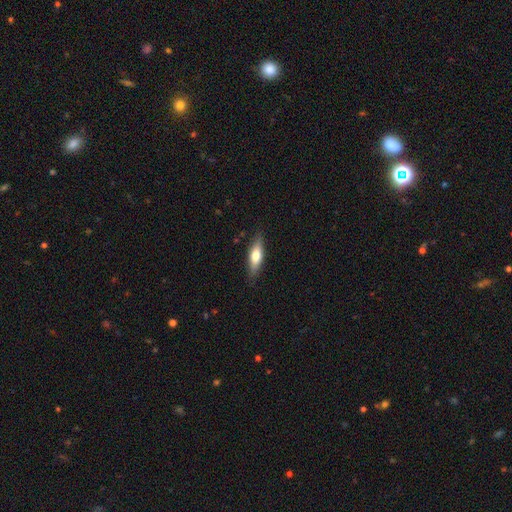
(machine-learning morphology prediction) A smooth galaxy with no disk features (60%) that is cigar-shaped (50%).

Vote fractions:
- Smooth or featured? smooth: 60% / featured or disk: 34% / star or artifact: 6%
- How rounded? cigar-shaped: 50% / in between: 48% / round: 3%
- Merging? none: 85% / minor disturbance: 12% / major disturbance: 2% / merger: 1%